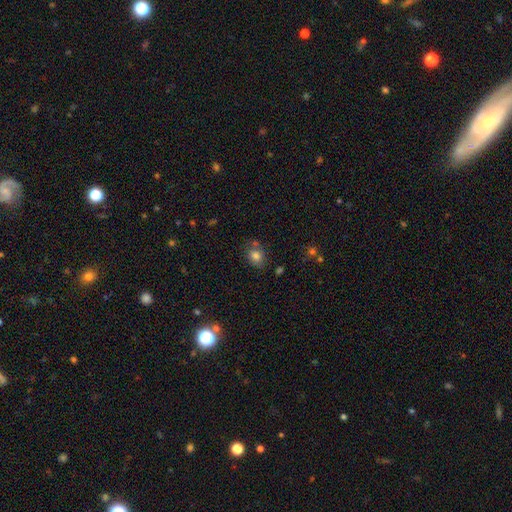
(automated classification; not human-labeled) A smooth galaxy with no disk features (79%) that is in between round and cigar-shaped (52%). Merging: none (64%).